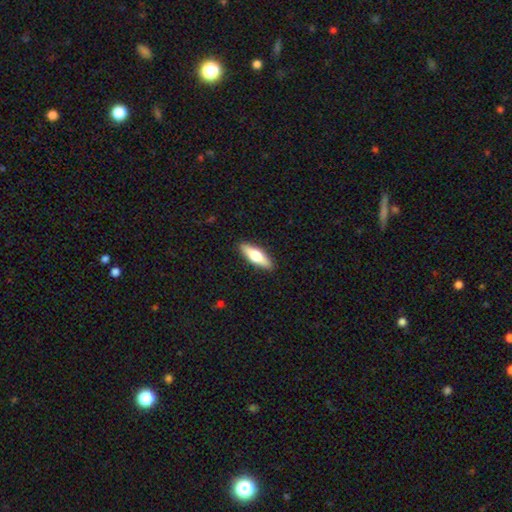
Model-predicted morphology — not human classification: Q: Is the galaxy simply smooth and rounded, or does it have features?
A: smooth — 57%.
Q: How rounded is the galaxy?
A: cigar-shaped — 49%, tied with in between.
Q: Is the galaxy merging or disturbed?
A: none — 90%.